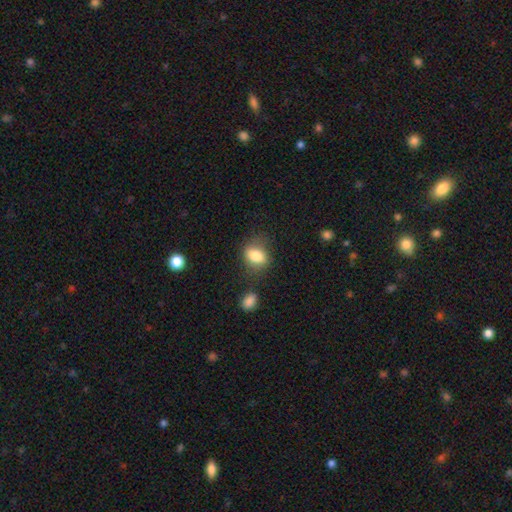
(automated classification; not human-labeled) Smooth or featured?
  - smooth: 81% *
  - featured or disk: 10%
  - star or artifact: 9%
How rounded?
  - in between: 67% *
  - round: 32%
  - cigar-shaped: 2%
Merging?
  - none: 67% *
  - minor disturbance: 20%
  - major disturbance: 7%
  - merger: 6%